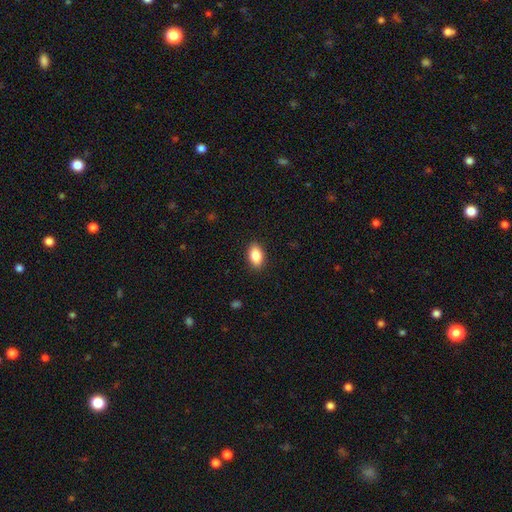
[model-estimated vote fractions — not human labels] Q: Smooth or featured?
A: smooth (87%); runner-up: star or artifact (7%)
Q: How rounded?
A: in between (91%); runner-up: round (7%)
Q: Merging?
A: none (89%); runner-up: minor disturbance (8%)